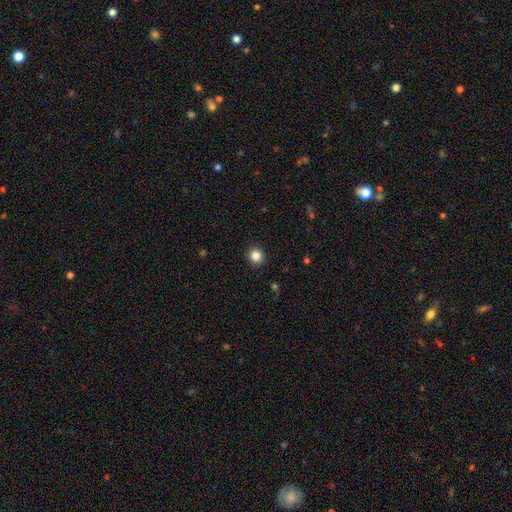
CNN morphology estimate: A smooth galaxy with no disk features (84%) that is round (91%). Merging: none (92%).